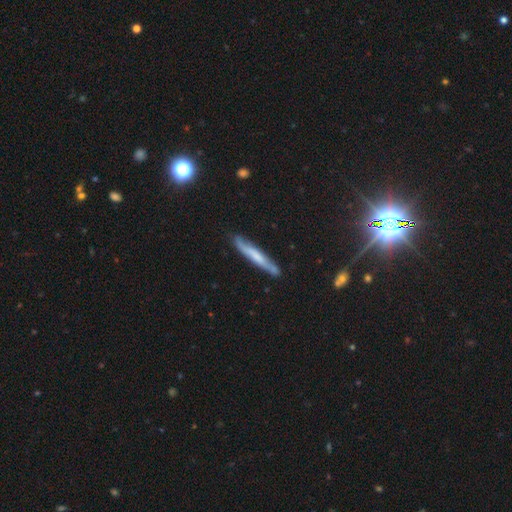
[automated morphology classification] This is possibly a featured or disk galaxy (47%, tied with smooth). Merging: likely none (79%).